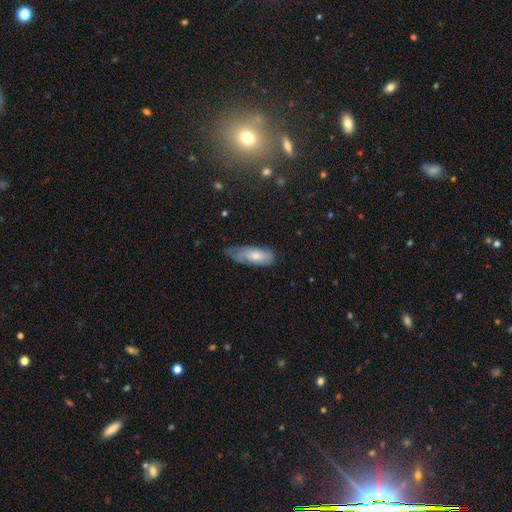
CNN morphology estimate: This is likely a smooth galaxy (60%). How rounded: likely in between (77%). Merging: marginally none (43%).